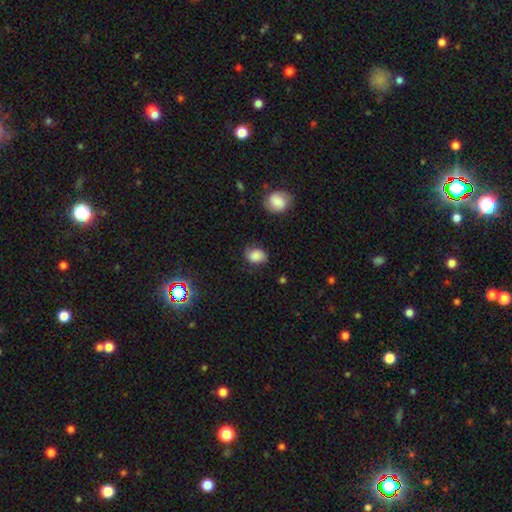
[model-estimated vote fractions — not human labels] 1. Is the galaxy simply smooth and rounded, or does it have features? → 83% smooth, 9% star or artifact, 8% featured or disk.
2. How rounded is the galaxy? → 63% in between, 36% round, 1% cigar-shaped.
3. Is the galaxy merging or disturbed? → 72% none, 21% minor disturbance, 5% major disturbance, 2% merger.